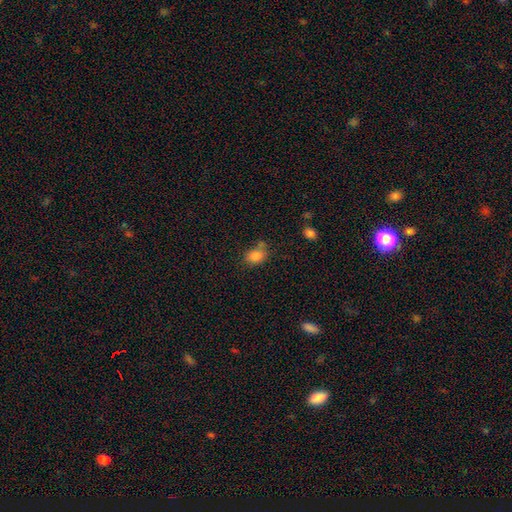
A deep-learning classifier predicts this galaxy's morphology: Smooth or featured? Predicted: smooth (p=0.84). How rounded? Predicted: in between (p=0.70). Merging? Predicted: none (p=0.56).